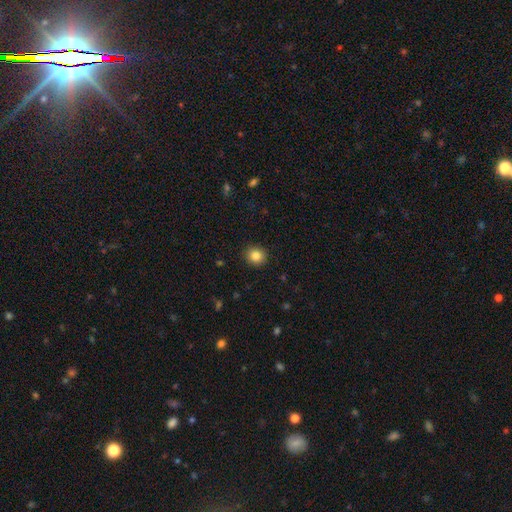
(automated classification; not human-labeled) Q: Smooth or featured?
A: smooth (85%); runner-up: star or artifact (10%)
Q: How rounded?
A: round (87%); runner-up: in between (12%)
Q: Merging?
A: none (91%); runner-up: minor disturbance (6%)